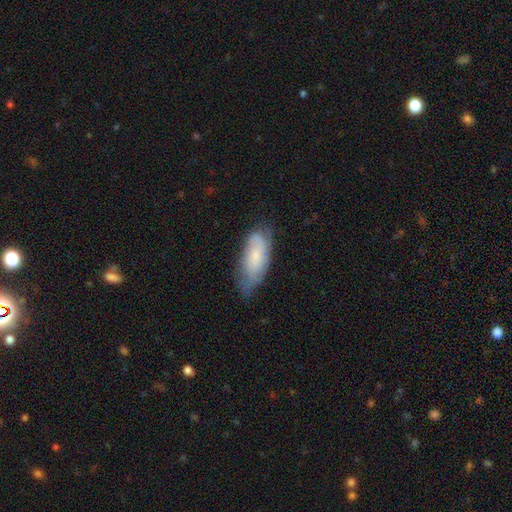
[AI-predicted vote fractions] This appears to be a smooth galaxy with no disk features (54%) that is in between round and cigar-shaped (81%). Merging: none (52%).